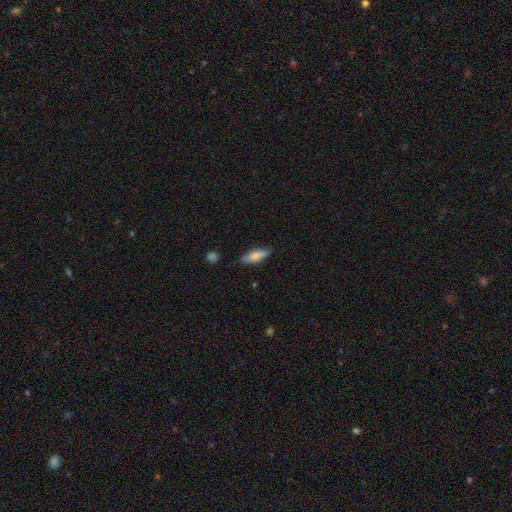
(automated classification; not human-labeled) smooth 77%, featured or disk 16%, star or artifact 6%. Down the decision tree: how rounded — in between (53%); merging — none (83%).